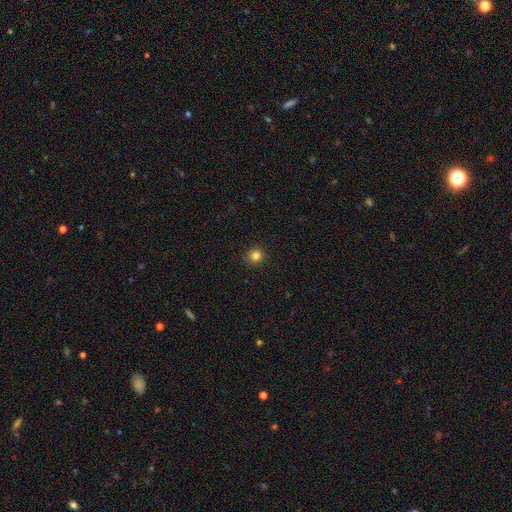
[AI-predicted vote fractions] A smooth galaxy with no disk features (83%) that is round (94%). Merging: none (92%).